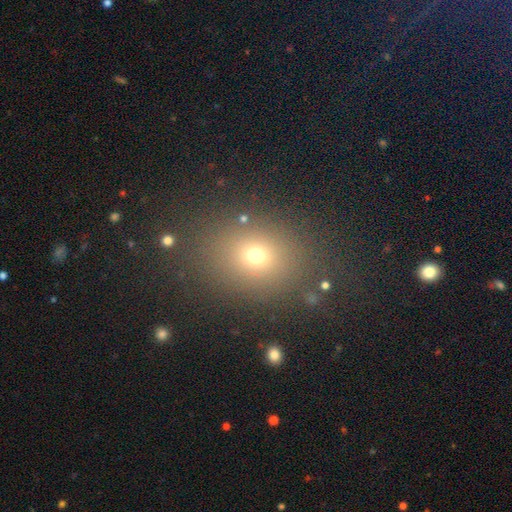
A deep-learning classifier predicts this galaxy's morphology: smooth 66%, star or artifact 23%, featured or disk 10%. Down the decision tree: how rounded — round (52%); merging — none (85%).